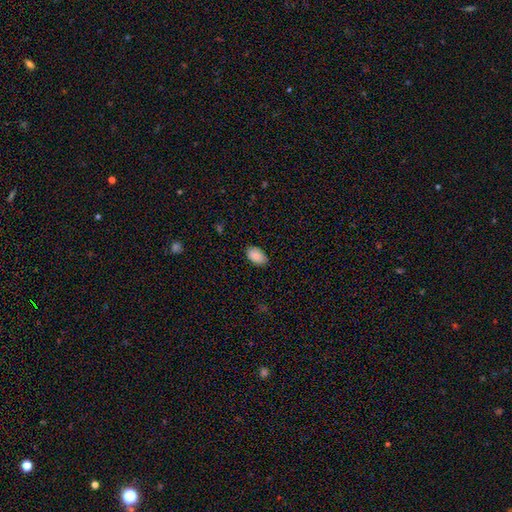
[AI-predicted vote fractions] A smooth galaxy with no disk features (87%) that is in between round and cigar-shaped (93%). Merging: none (84%).